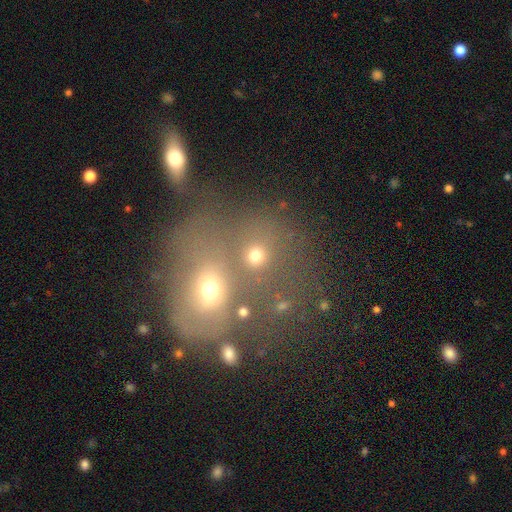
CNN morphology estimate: A smooth galaxy with no disk features (69%) that is round (70%).

Vote fractions:
- Smooth or featured? smooth: 69% / star or artifact: 19% / featured or disk: 12%
- How rounded? round: 70% / in between: 28% / cigar-shaped: 2%
- Merging? merger: 46% / none: 40% / minor disturbance: 8% / major disturbance: 6%